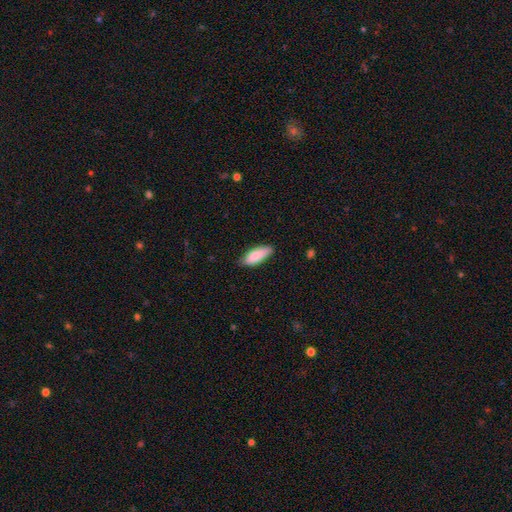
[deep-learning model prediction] This appears to be a smooth galaxy with no disk features (86%) that is in between round and cigar-shaped (72%). Merging: none (71%).